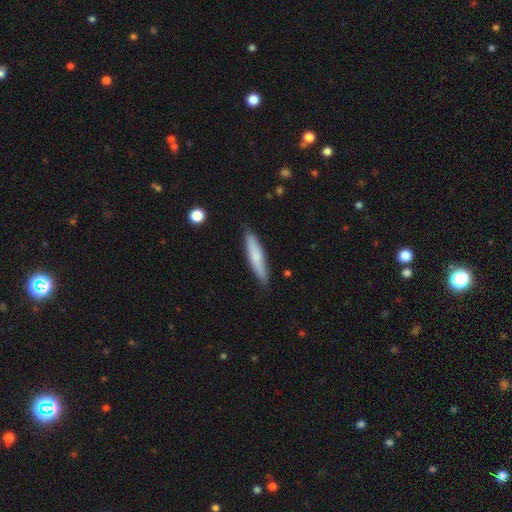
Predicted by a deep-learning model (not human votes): This is likely a smooth galaxy (70%). How rounded: clearly cigar-shaped (86%). Merging: clearly none (86%).